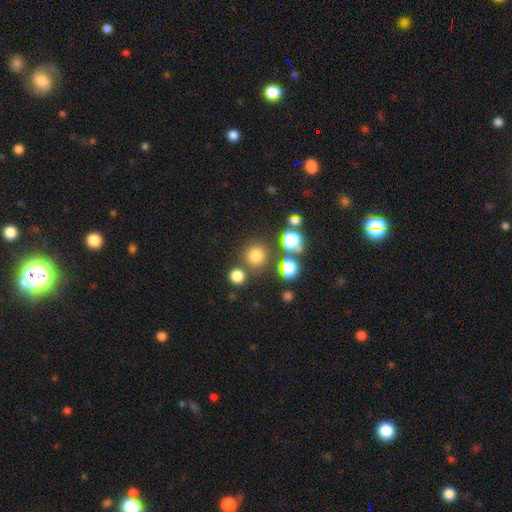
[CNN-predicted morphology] smooth 75%, star or artifact 20%, featured or disk 6%. Down the decision tree: how rounded — round (92%); merging — none (79%).